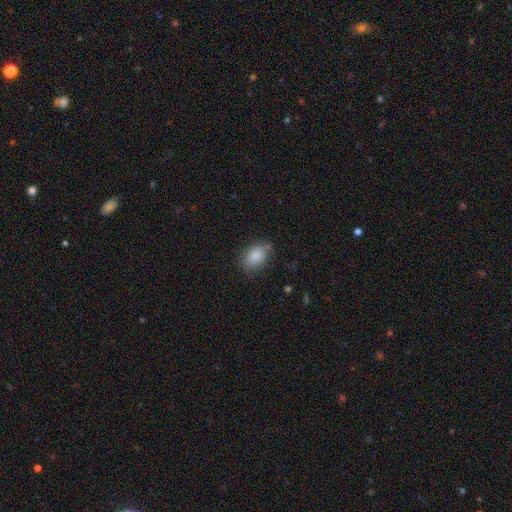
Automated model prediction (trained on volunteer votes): Smooth or featured? Predicted: smooth (p=0.86). How rounded? Predicted: in between (p=0.81). Merging? Predicted: none (p=0.73).